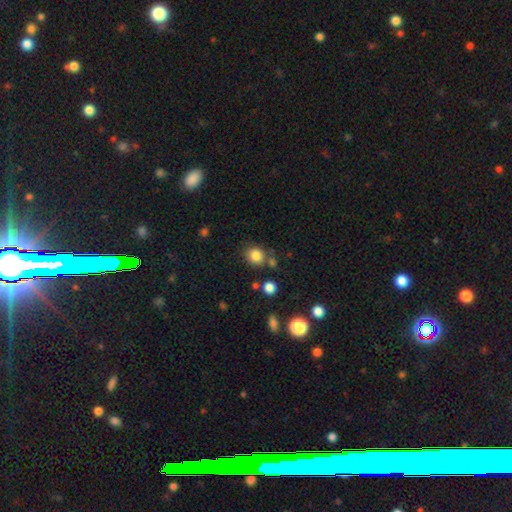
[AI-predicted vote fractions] A smooth galaxy with no disk features (83%) that is round (81%).

Vote fractions:
- Smooth or featured? smooth: 83% / star or artifact: 11% / featured or disk: 5%
- How rounded? round: 81% / in between: 18% / cigar-shaped: 1%
- Merging? none: 74% / minor disturbance: 12% / merger: 10% / major disturbance: 4%